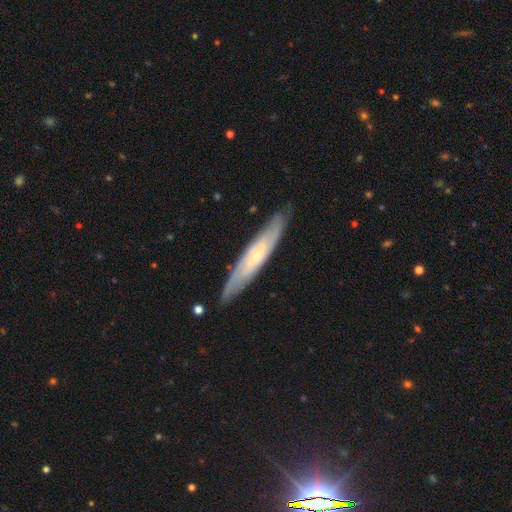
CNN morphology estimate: Smooth or featured? Predicted: featured or disk (p=0.67). Edge-on disk? Predicted: yes (p=0.57). Merging? Predicted: none (p=0.84).